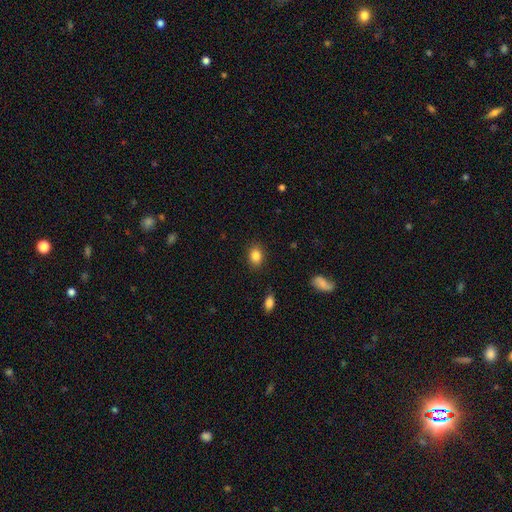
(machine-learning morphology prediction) A smooth galaxy with no disk features (85%) that is in between round and cigar-shaped (62%). Merging: none (86%).